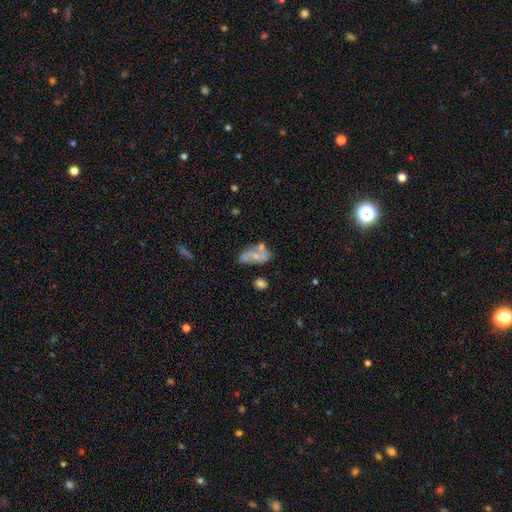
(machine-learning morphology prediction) Smooth or featured? Predicted: featured or disk (p=0.50). Edge-on disk? Predicted: no (p=0.96). Merging? Predicted: none (p=0.34).